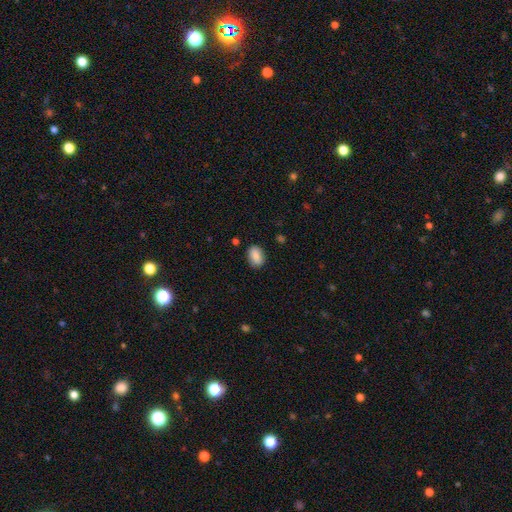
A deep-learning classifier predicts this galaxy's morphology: Smooth or featured?
  - smooth: 85% *
  - featured or disk: 8%
  - star or artifact: 7%
How rounded?
  - in between: 85% *
  - round: 14%
  - cigar-shaped: 2%
Merging?
  - none: 84% *
  - minor disturbance: 12%
  - major disturbance: 3%
  - merger: 1%